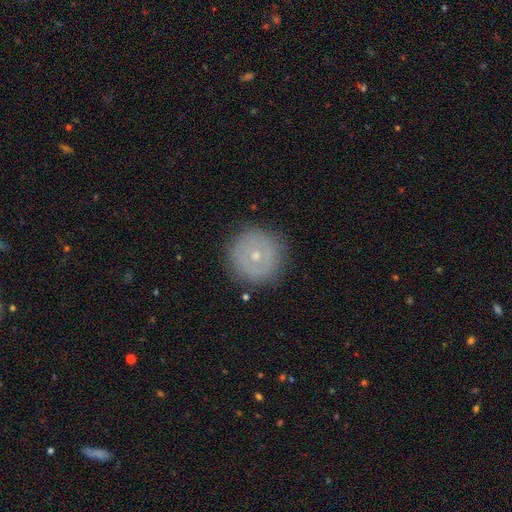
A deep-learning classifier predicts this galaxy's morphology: smooth_or_featured: featured or disk (p=0.46) [alt: smooth p=0.44]
merging: none (p=0.88) [alt: minor disturbance p=0.09]